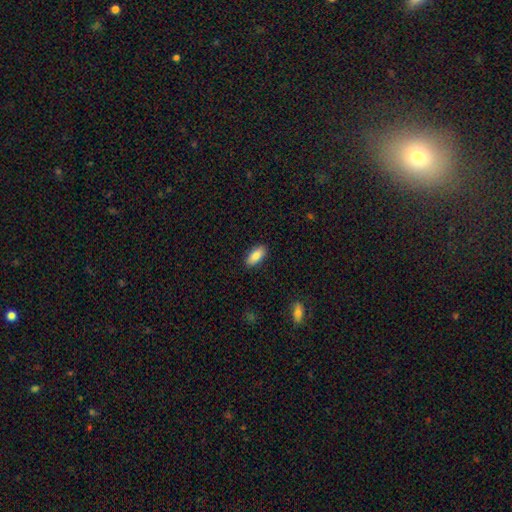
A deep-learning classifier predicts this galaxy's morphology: smooth-or-featured: smooth: 86% | featured or disk: 7% | star or artifact: 6%
  how-rounded: in between: 88% | cigar-shaped: 10% | round: 2%
  merging: none: 89% | minor disturbance: 8% | major disturbance: 2% | merger: 1%